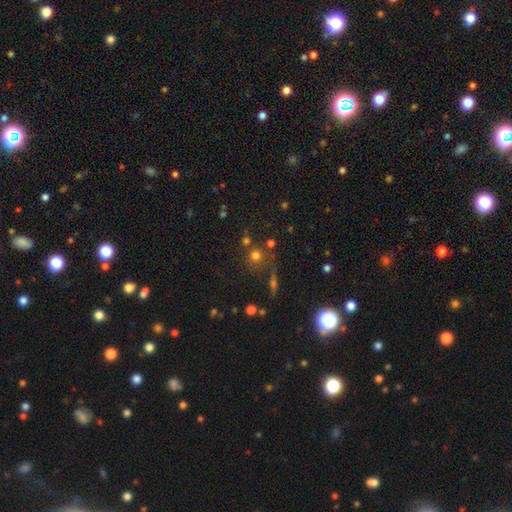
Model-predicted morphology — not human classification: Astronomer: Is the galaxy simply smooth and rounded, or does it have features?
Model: smooth — 67%.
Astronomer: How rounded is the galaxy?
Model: round — 91%.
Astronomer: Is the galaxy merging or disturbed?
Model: none — 67%.